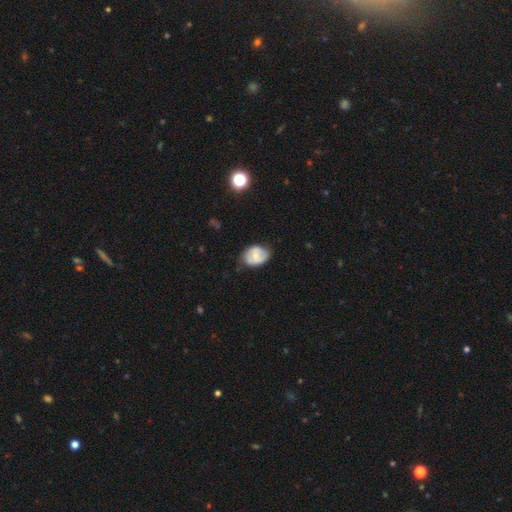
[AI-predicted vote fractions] This appears to be a smooth galaxy with no disk features (50%) that is in between round and cigar-shaped (66%). Merging: none (61%).